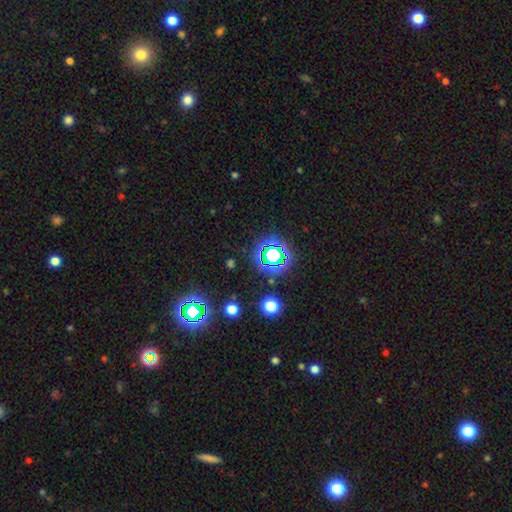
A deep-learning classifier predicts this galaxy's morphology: Q: Smooth or featured?
A: star or artifact (77%); runner-up: smooth (16%)